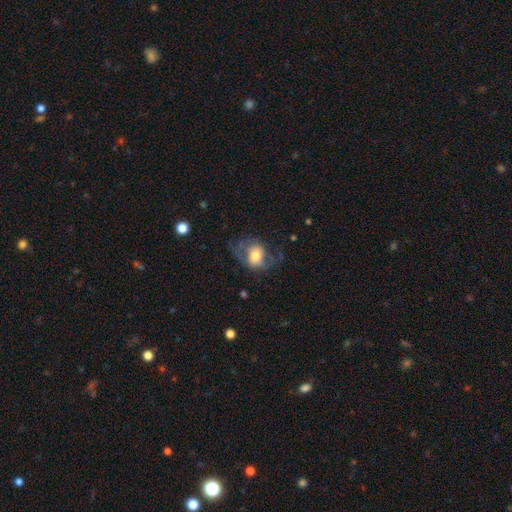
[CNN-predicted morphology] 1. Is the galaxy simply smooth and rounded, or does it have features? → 58% smooth, 35% featured or disk, 8% star or artifact.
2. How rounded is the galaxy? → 49% in between (tied), 49% round (tied), 1% cigar-shaped.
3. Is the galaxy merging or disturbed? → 47% none, 27% major disturbance, 24% minor disturbance, 2% merger.